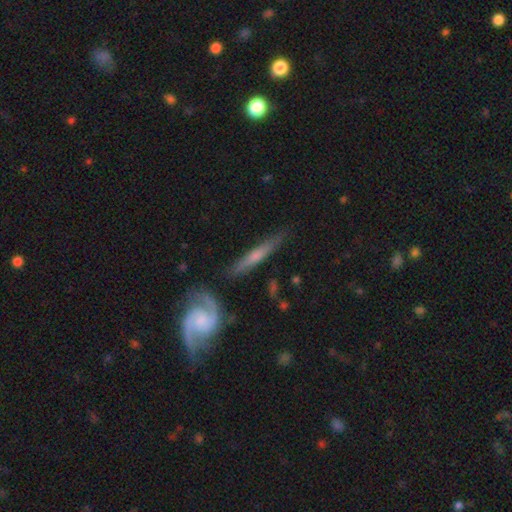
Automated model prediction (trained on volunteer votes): smooth-or-featured: featured or disk: 68% | smooth: 27% | star or artifact: 6%
  disk-edge-on: yes: 77% | no: 23%
    edge-on-bulge: rounded: 57% | none: 36% | boxy: 7%
  merging: none: 79% | minor disturbance: 14% | merger: 4% | major disturbance: 3%